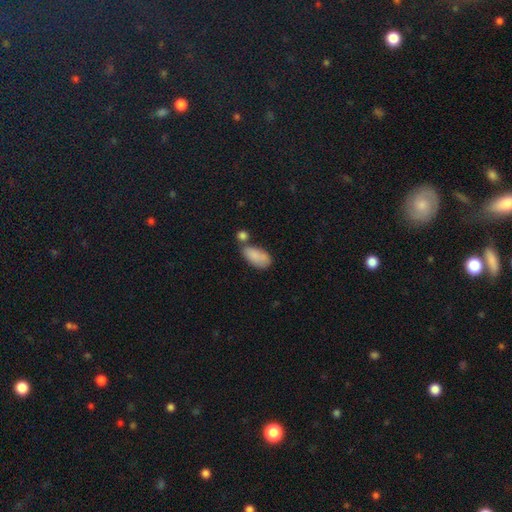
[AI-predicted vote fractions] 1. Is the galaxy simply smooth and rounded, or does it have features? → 84% smooth, 9% featured or disk, 7% star or artifact.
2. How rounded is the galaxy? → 91% in between, 5% cigar-shaped, 3% round.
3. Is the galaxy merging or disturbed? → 40% none, 30% merger, 21% minor disturbance, 8% major disturbance.